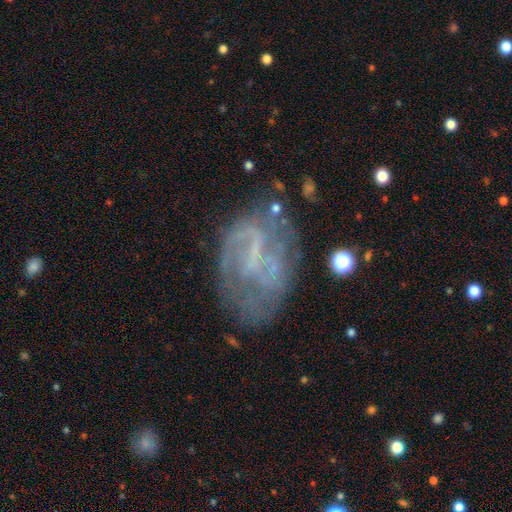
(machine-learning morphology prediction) Smooth or featured?
  - featured or disk: 72% *
  - smooth: 17%
  - star or artifact: 11%
Edge-on disk?
  - no: 97% *
  - yes: 3%
Bar?
  - weak: 40% *
  - no: 37%
  - strong: 24%
Spiral arms?
  - yes: 64% *
  - no: 36%
Bulge size?
  - none: 62% *
  - small: 26%
  - moderate: 9%
  - large: 2%
  - dominant: 1%
Merging?
  - none: 53% *
  - minor disturbance: 23%
  - major disturbance: 21%
  - merger: 4%